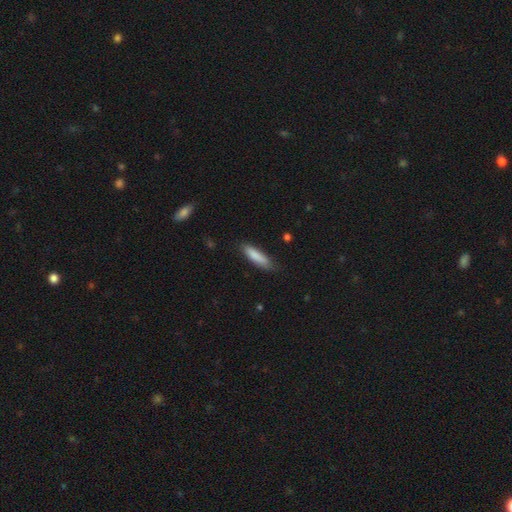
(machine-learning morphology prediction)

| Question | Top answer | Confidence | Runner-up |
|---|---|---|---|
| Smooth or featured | smooth | 85% | featured or disk (9%) |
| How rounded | cigar-shaped | 68% | in between (31%) |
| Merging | none | 78% | minor disturbance (18%) |